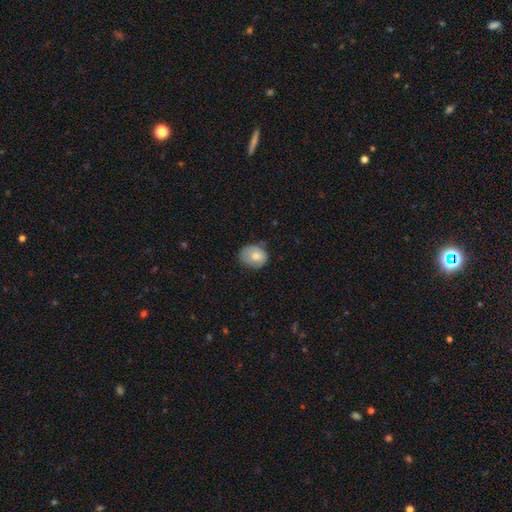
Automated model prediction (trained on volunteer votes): This is likely a smooth galaxy (78%). How rounded: possibly round (58%). Merging: possibly none (60%).